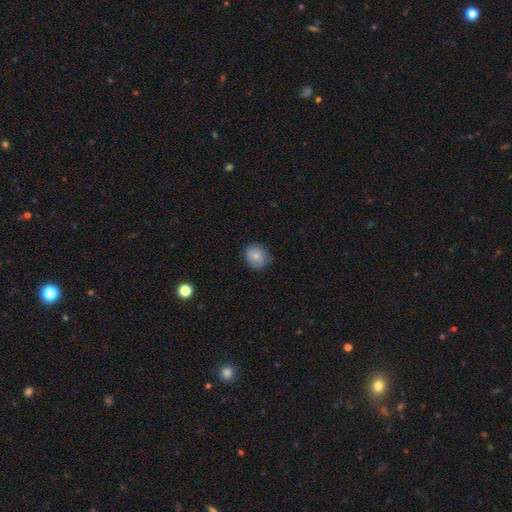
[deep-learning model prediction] smooth 84%, star or artifact 9%, featured or disk 7%. Down the decision tree: how rounded — round (76%); merging — none (80%).